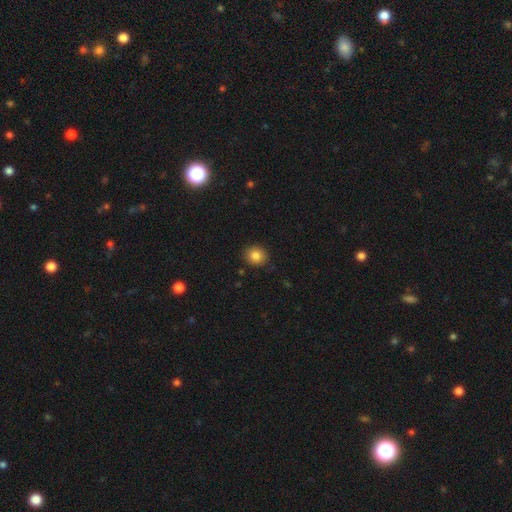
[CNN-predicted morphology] Smooth or featured? smooth (85%)
How rounded? round (78%)
Merging? none (88%)